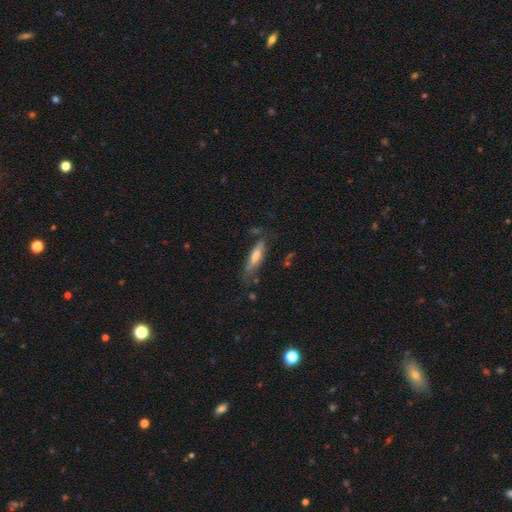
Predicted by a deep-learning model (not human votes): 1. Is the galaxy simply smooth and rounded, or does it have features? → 49% smooth, 42% featured or disk, 9% star or artifact.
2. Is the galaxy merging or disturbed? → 59% none, 25% minor disturbance, 12% major disturbance, 4% merger.